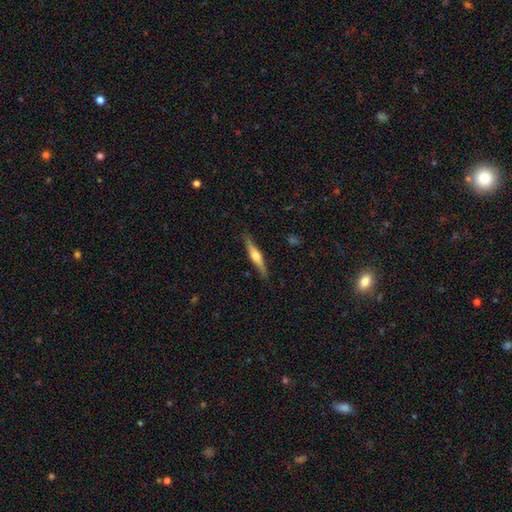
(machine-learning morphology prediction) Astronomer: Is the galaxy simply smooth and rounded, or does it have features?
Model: featured or disk — 58% (runner-up: smooth, 37%).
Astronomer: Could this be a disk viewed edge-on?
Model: yes — 96%.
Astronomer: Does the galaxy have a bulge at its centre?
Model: rounded — 88%.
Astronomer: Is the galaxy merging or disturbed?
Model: none — 86%.